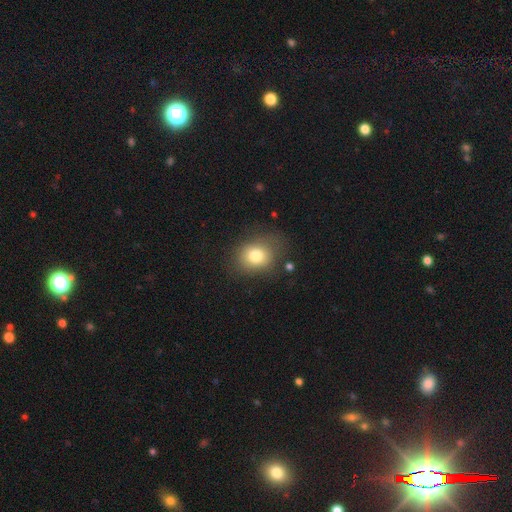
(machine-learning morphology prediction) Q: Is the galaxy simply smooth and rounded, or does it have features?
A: smooth — 78%.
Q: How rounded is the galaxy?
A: round — 50%.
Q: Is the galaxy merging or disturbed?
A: none — 70%.